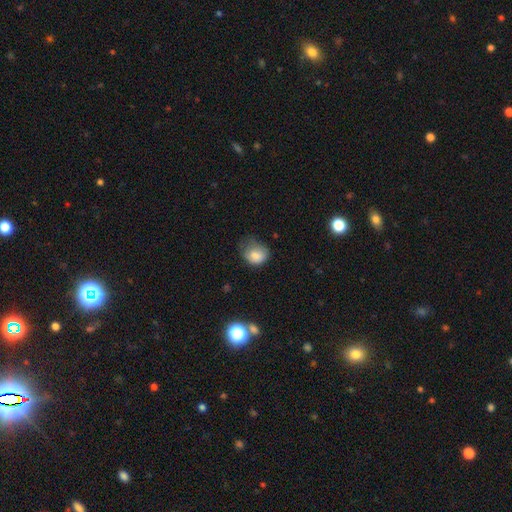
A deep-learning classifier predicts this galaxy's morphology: Smooth or featured? smooth (80%)
How rounded? round (56%)
Merging? minor disturbance (38%, tied with none)